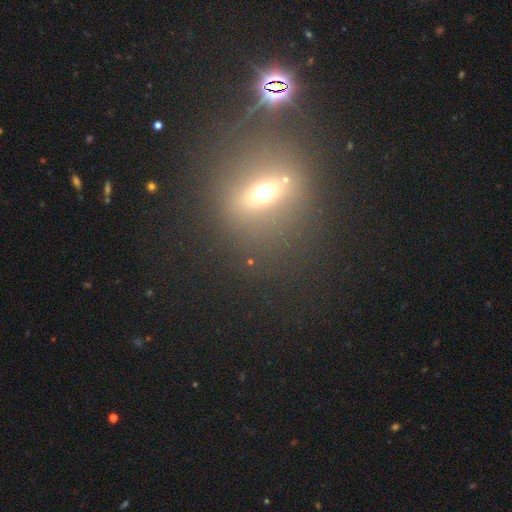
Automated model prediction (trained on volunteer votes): This is possibly a featured or disk galaxy (53%). It is likely viewed edge-on (63%). Merging: likely none (76%).